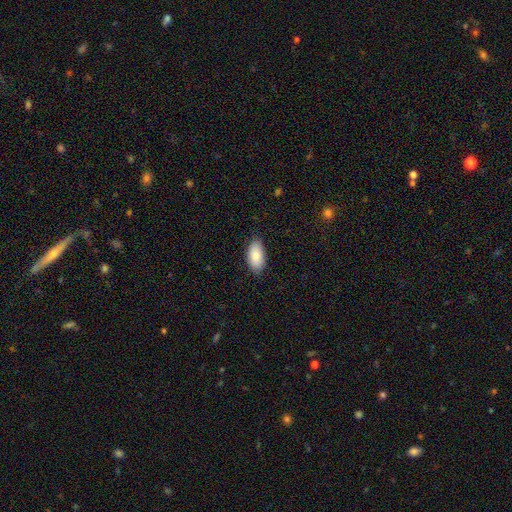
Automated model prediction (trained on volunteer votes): Overall: smooth (86%). How rounded: in between (94%). Merging: none (86%).